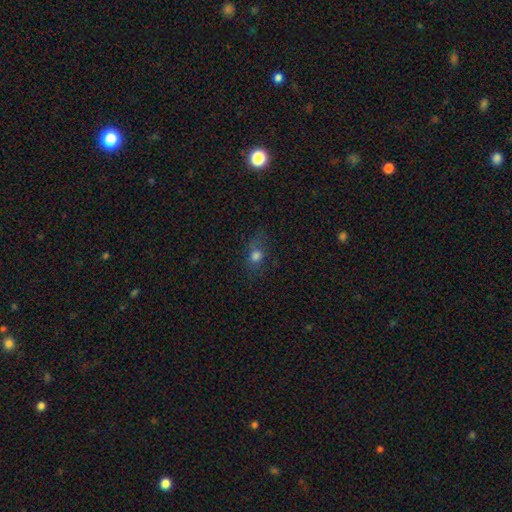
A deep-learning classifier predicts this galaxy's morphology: smooth_or_featured: smooth (p=0.58) [alt: star or artifact p=0.26]
how_rounded: round (p=0.51) [alt: in between p=0.44]
merging: none (p=0.66) [alt: minor disturbance p=0.20]